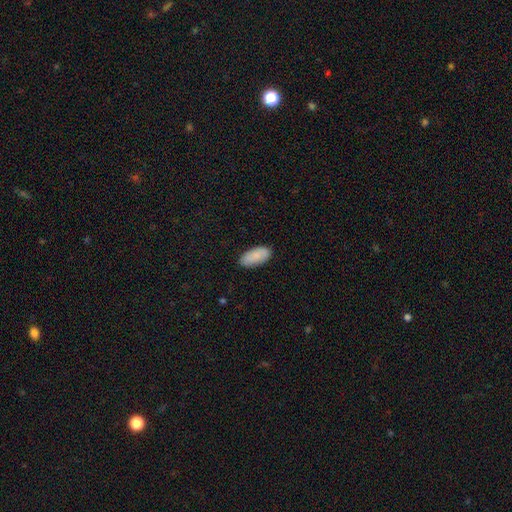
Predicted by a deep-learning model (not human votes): Overall: smooth (89%). How rounded: in between (90%). Merging: none (86%).